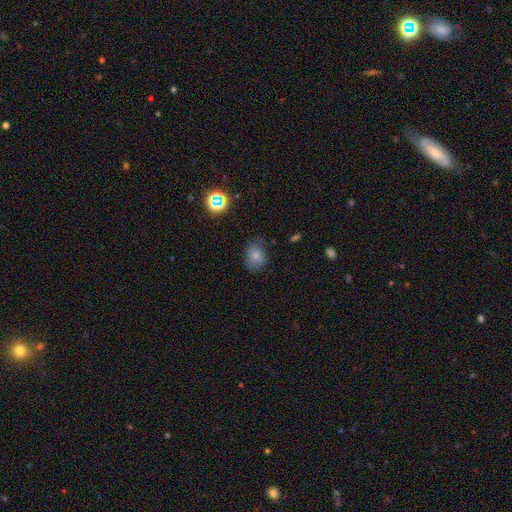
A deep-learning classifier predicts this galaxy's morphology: Overall: smooth (77%). How rounded: in between (58%; round 41%). Merging: none (65%; minor disturbance 26%).